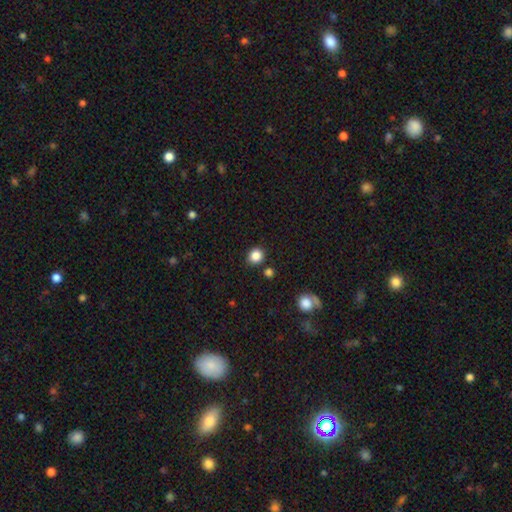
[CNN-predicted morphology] smooth 85%, star or artifact 11%, featured or disk 4%. Down the decision tree: how rounded — round (84%); merging — none (86%).